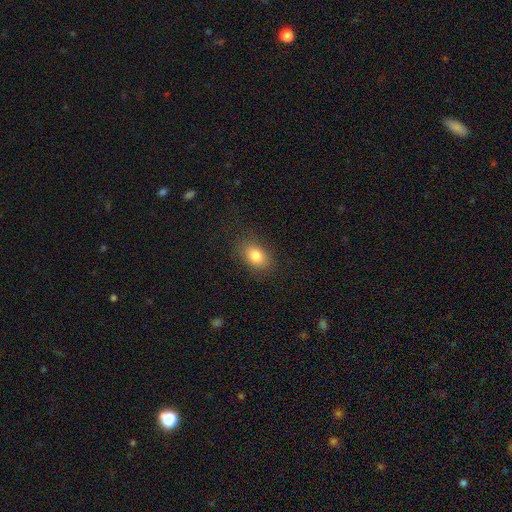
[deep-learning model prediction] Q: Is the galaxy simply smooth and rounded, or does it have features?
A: smooth — 83%.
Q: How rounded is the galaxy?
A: in between — 80%.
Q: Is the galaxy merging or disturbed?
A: none — 85%.